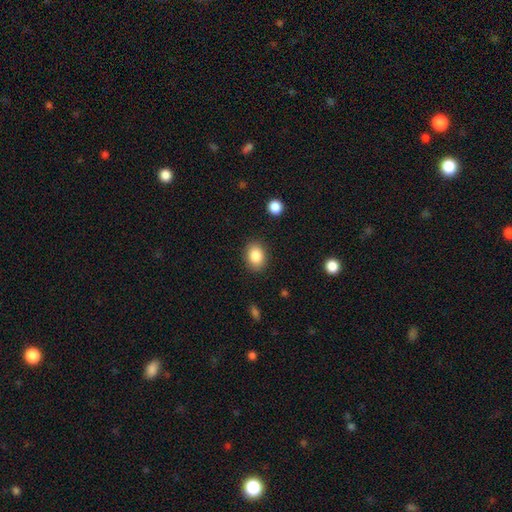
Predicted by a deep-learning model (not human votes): Morphology: type=smooth (86%); roundness=in between (63%); merging=none (87%).